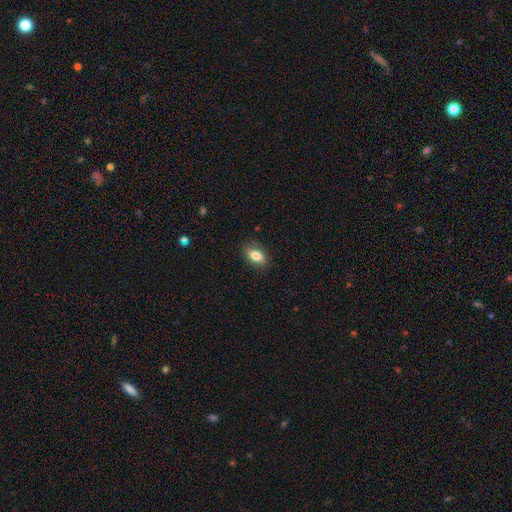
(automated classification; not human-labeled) A smooth galaxy with no disk features (80%) that is in between round and cigar-shaped (85%).

Vote fractions:
- Smooth or featured? smooth: 80% / featured or disk: 12% / star or artifact: 8%
- How rounded? in between: 85% / round: 10% / cigar-shaped: 4%
- Merging? none: 83% / minor disturbance: 14% / major disturbance: 3% / merger: 1%